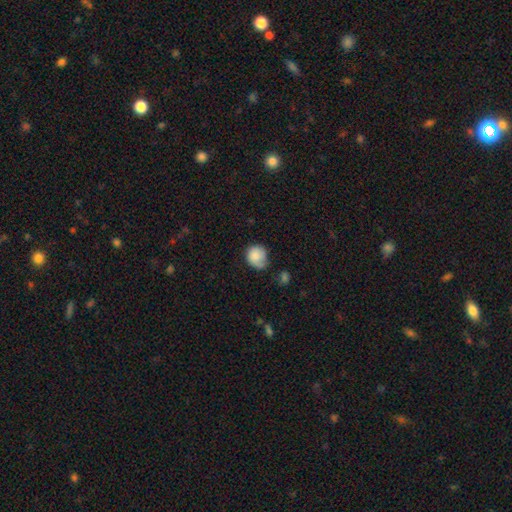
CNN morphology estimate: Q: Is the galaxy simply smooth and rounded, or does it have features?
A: smooth — 80%.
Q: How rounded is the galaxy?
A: round — 78%.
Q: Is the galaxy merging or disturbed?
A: none — 45%.